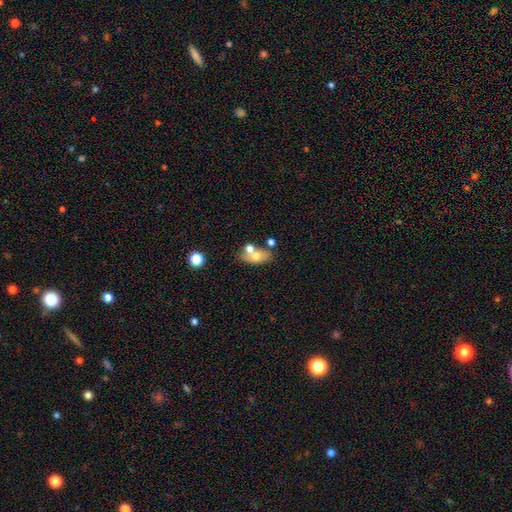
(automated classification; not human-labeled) Smooth or featured? smooth (64%)
How rounded? in between (81%)
Merging? none (52%)